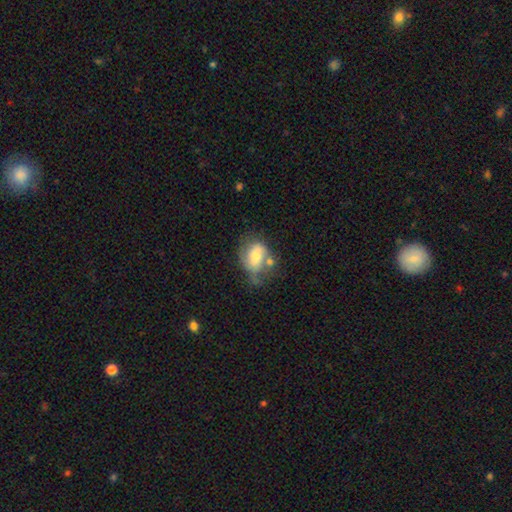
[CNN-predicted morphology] This is possibly a smooth galaxy (54%). How rounded: likely in between (66%). Merging: marginally none (35%).